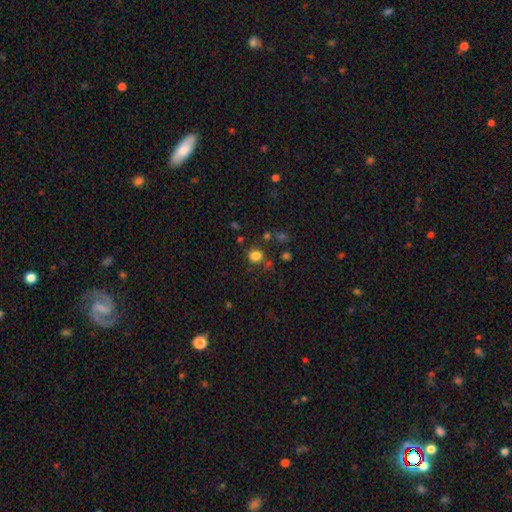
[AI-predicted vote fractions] The model was most divided on "smooth or featured": smooth: 81%, star or artifact: 15%, featured or disk: 5%. More confident: how rounded — round (83%); merging — none (77%).